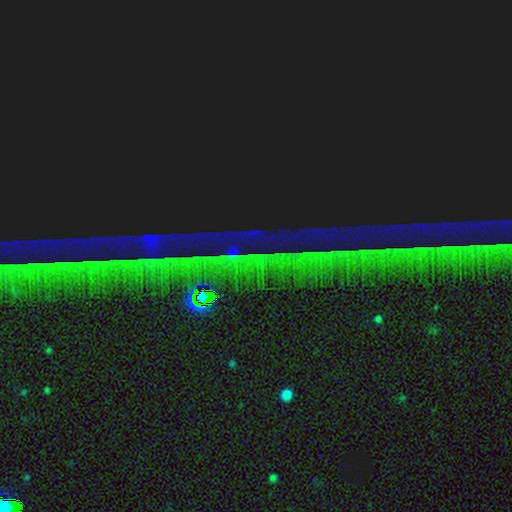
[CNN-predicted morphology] smooth-or-featured: star or artifact: 89% | featured or disk: 6% | smooth: 5%